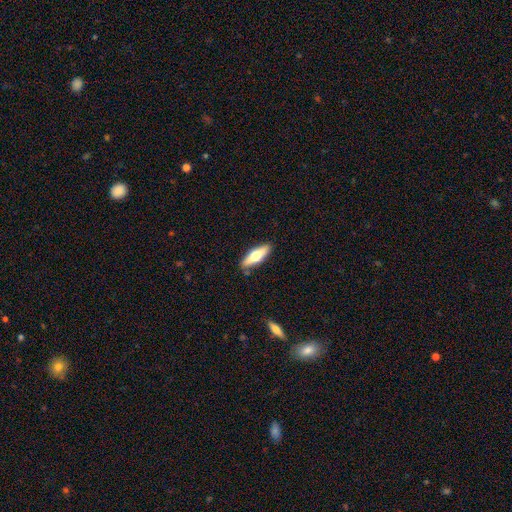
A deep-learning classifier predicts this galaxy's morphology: smooth 56%, featured or disk 38%, star or artifact 6%. Down the decision tree: how rounded — in between (50%); merging — none (84%).